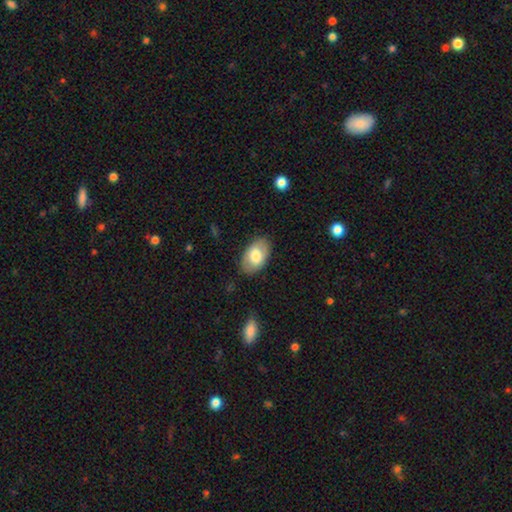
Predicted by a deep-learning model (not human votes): Overall: smooth (70%). How rounded: in between (93%). Merging: none (84%).